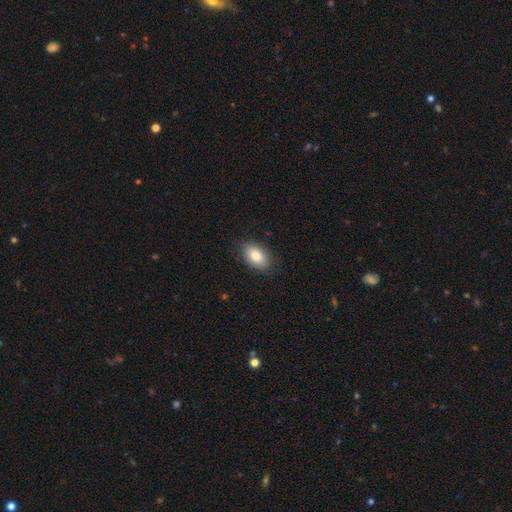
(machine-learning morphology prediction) Overall: smooth (83%). How rounded: in between (91%). Merging: none (85%).